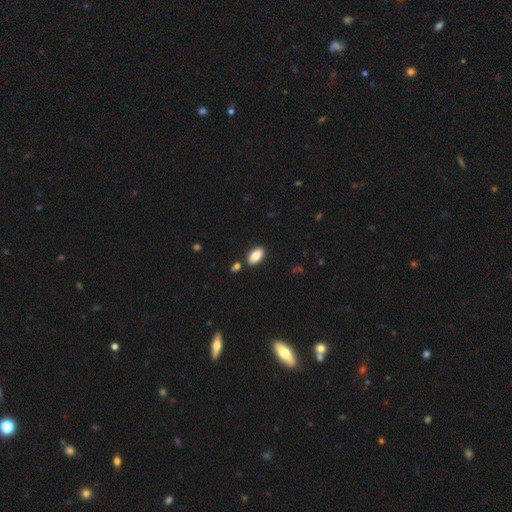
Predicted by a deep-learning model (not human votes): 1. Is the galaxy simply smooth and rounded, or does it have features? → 87% smooth, 7% star or artifact, 6% featured or disk.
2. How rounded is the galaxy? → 93% in between, 4% cigar-shaped, 3% round.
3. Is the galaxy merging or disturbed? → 84% none, 9% minor disturbance, 5% merger, 2% major disturbance.